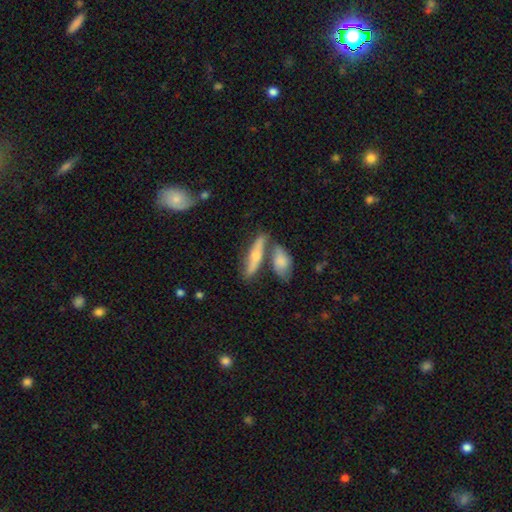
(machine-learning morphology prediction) A featured or disk galaxy (52%) viewed edge-on (83%). Merging: none (61%).